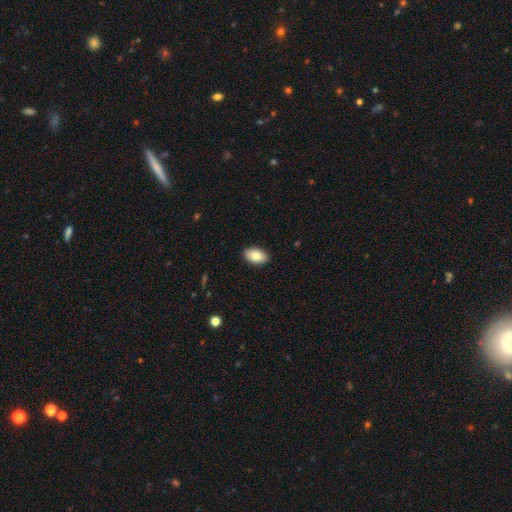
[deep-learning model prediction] Smooth or featured? smooth (84%)
How rounded? in between (92%)
Merging? none (90%)